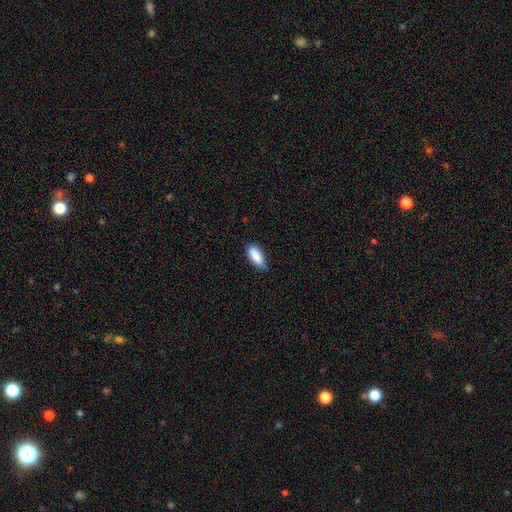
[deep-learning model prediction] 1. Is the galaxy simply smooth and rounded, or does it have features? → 87% smooth, 7% star or artifact, 6% featured or disk.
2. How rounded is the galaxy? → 79% in between, 19% cigar-shaped, 2% round.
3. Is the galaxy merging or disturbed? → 57% none, 36% minor disturbance, 6% major disturbance, 2% merger.